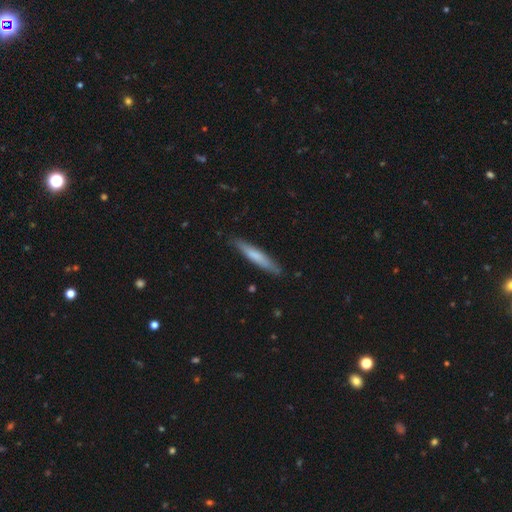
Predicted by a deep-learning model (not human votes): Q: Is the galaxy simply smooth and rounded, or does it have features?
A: smooth — 66%.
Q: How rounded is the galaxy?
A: cigar-shaped — 92%.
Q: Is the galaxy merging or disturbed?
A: none — 86%.